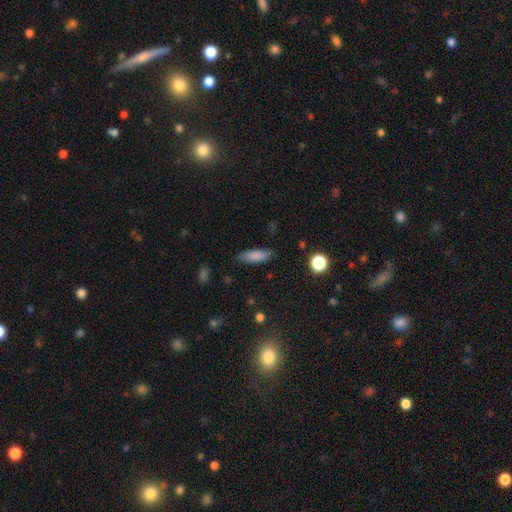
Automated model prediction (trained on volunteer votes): Overall: smooth (83%). How rounded: in between (54%; cigar-shaped 44%). Merging: none (85%).